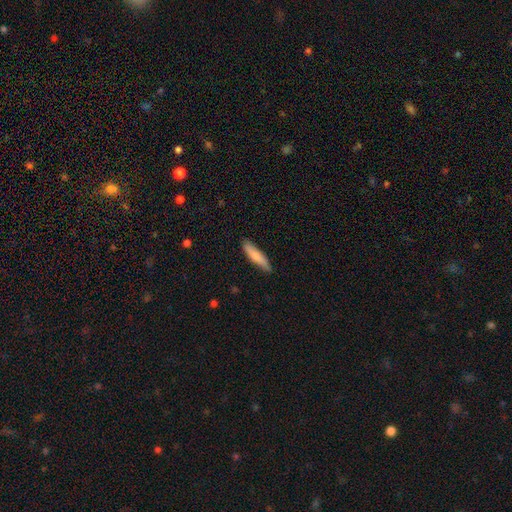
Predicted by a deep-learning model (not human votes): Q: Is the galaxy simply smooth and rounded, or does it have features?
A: smooth — 76%.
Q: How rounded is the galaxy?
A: cigar-shaped — 80%.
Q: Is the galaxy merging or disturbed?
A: none — 82%.